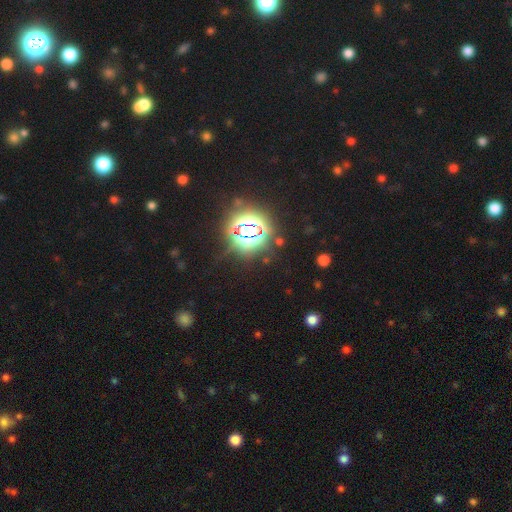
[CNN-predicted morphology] Smooth or featured? Predicted: star or artifact (p=0.80).